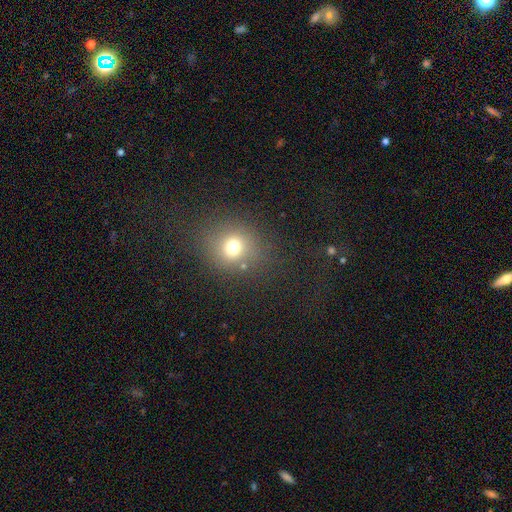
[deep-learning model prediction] Q: Smooth or featured?
A: smooth (63%); runner-up: star or artifact (25%)
Q: How rounded?
A: round (75%); runner-up: in between (24%)
Q: Merging?
A: none (80%); runner-up: minor disturbance (11%)